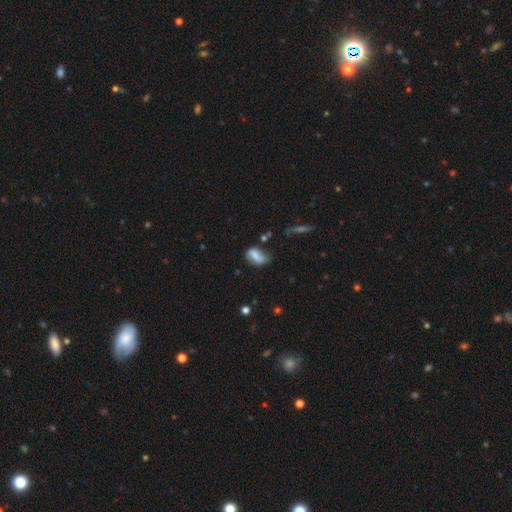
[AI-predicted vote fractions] Smooth or featured? Predicted: smooth (p=0.58). How rounded? Predicted: in between (p=0.84). Merging? Predicted: none (p=0.54).